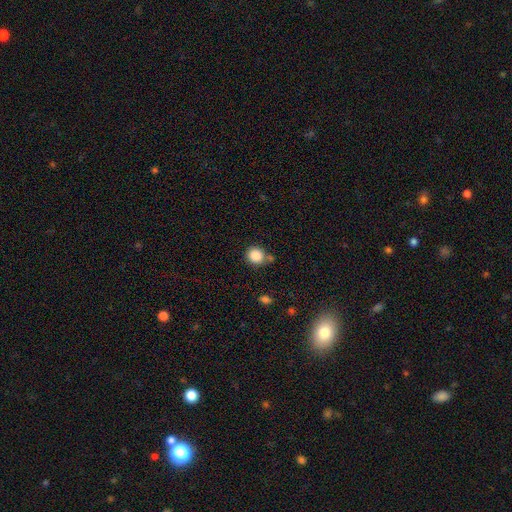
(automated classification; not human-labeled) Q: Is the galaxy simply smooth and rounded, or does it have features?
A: smooth — 87%.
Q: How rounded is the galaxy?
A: round — 87%.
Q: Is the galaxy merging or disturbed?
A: none — 71%.